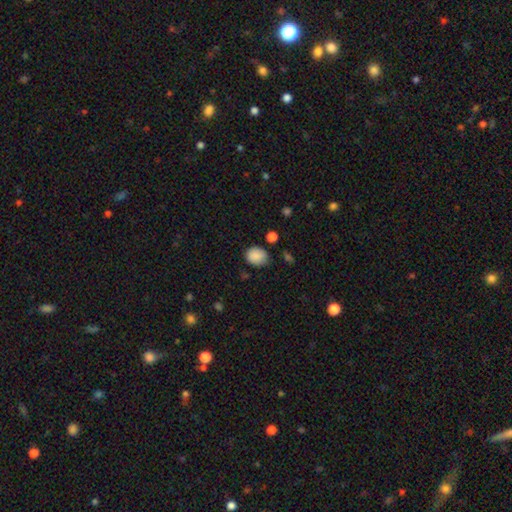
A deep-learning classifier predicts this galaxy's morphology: smooth 87%, star or artifact 8%, featured or disk 4%. Down the decision tree: how rounded — round (58%); merging — none (72%).